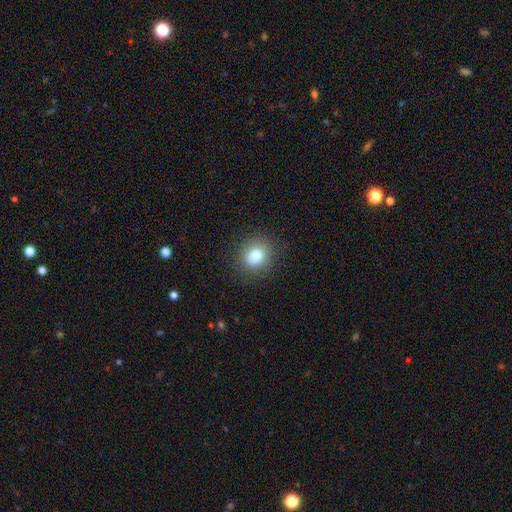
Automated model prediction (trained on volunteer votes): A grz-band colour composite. It shows a smooth galaxy with no disk features (79%) that is round (63%). Merging: none (87%).